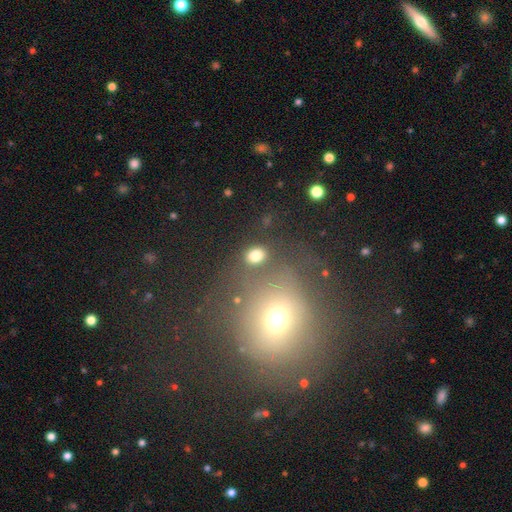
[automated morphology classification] Q: Smooth or featured?
A: smooth (80%); runner-up: star or artifact (13%)
Q: How rounded?
A: in between (65%); runner-up: round (33%)
Q: Merging?
A: none (75%); runner-up: minor disturbance (11%)